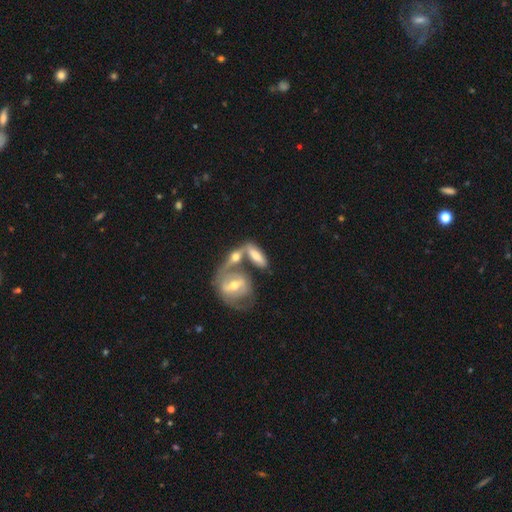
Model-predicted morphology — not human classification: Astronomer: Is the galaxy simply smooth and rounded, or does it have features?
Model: featured or disk — 48% (runner-up: smooth, 45%).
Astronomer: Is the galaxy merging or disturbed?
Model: merger — 47% (runner-up: none, 35%).